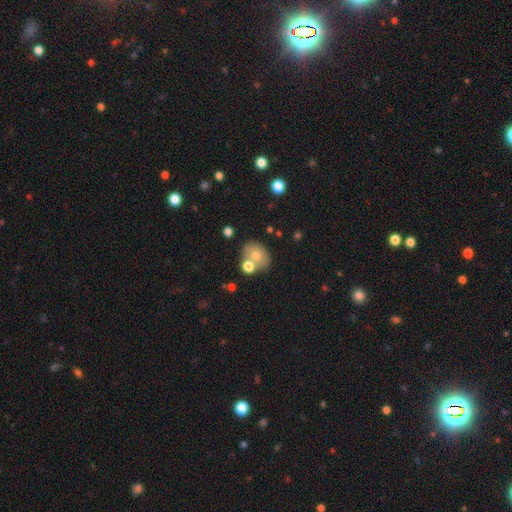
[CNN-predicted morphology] smooth 70%, featured or disk 20%, star or artifact 10%. Down the decision tree: how rounded — in between (50%); merging — none (56%).